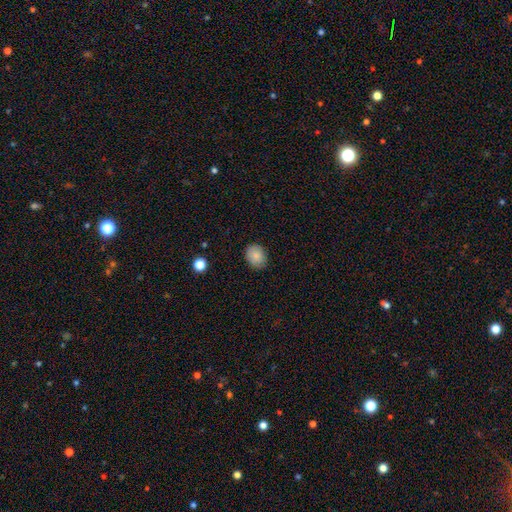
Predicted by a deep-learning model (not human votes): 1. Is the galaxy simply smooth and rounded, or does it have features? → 86% smooth, 8% star or artifact, 6% featured or disk.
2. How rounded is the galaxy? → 53% round, 46% in between, 1% cigar-shaped.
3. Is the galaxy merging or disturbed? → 85% none, 11% minor disturbance, 3% major disturbance, 1% merger.